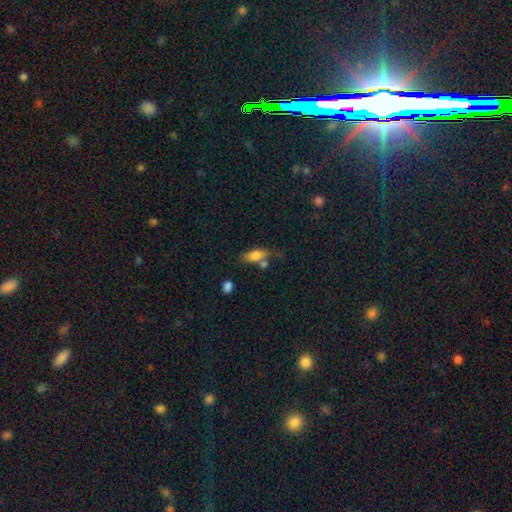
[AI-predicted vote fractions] smooth_or_featured: smooth (p=0.77) [alt: featured or disk p=0.15]
how_rounded: in between (p=0.79) [alt: cigar-shaped p=0.16]
merging: none (p=0.48) [alt: minor disturbance p=0.21]